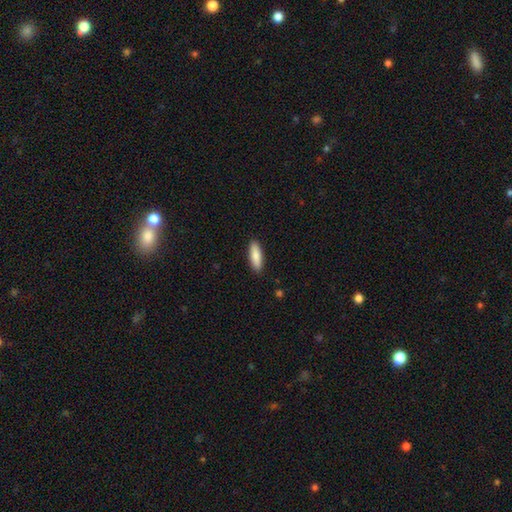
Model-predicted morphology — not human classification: This is clearly a smooth galaxy (86%). How rounded: possibly in between (50%). Merging: clearly none (90%).